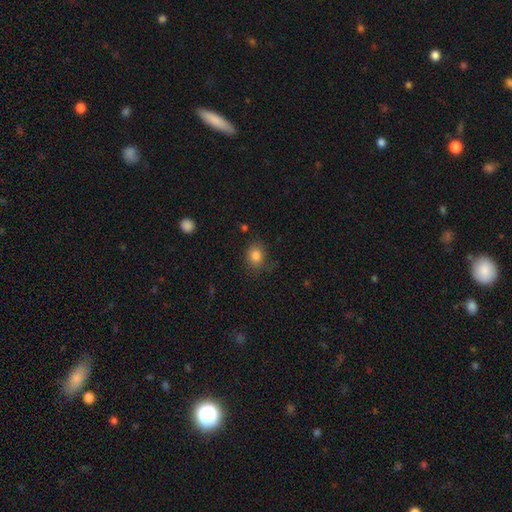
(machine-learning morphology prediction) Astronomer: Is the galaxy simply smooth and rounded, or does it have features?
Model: smooth — 84%.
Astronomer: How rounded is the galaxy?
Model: round — 54% (runner-up: in between, 45%).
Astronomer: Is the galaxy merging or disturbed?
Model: none — 75%.